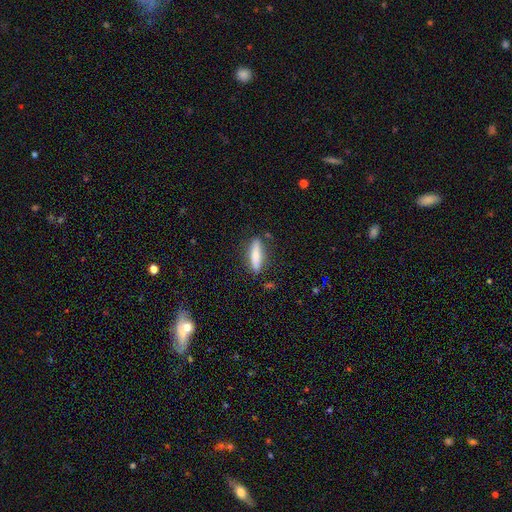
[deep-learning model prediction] smooth-or-featured: smooth: 70% | featured or disk: 24% | star or artifact: 7%
  how-rounded: cigar-shaped: 77% | in between: 22% | round: 2%
  merging: none: 83% | minor disturbance: 11% | major disturbance: 3% | merger: 2%